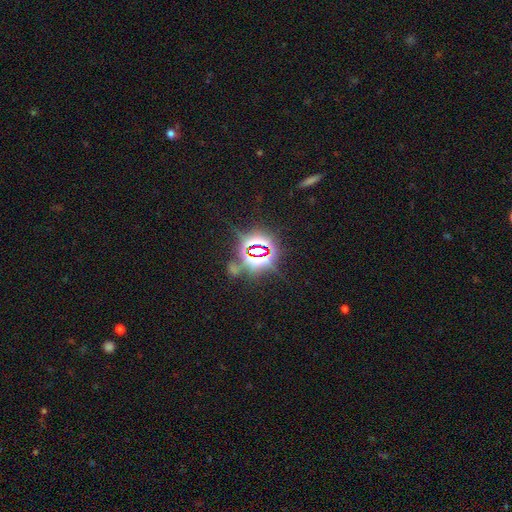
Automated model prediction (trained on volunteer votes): This appears to be a star or artifact, not a galaxy (82%).